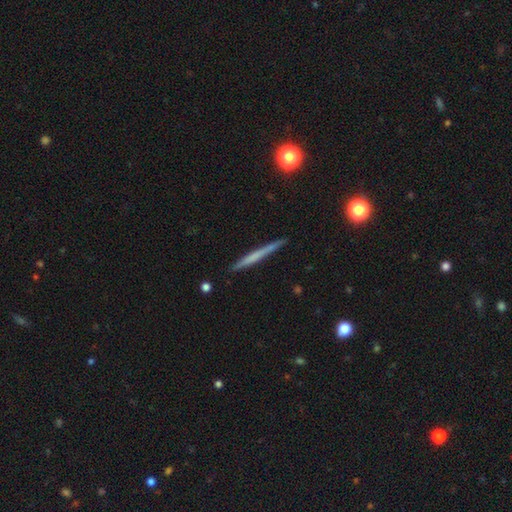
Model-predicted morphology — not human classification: smooth_or_featured: smooth (p=0.50) [alt: featured or disk p=0.44]
how_rounded: cigar-shaped (p=0.96) [alt: in between p=0.02]
merging: none (p=0.90) [alt: minor disturbance p=0.07]